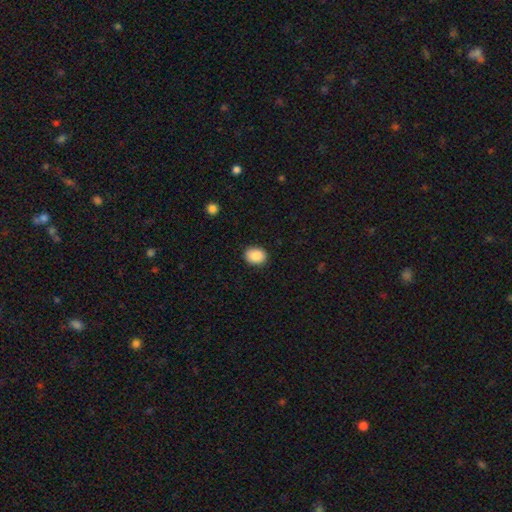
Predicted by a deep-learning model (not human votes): Q: Smooth or featured?
A: smooth (89%); runner-up: star or artifact (8%)
Q: How rounded?
A: in between (51%); runner-up: round (48%)
Q: Merging?
A: none (90%); runner-up: minor disturbance (7%)